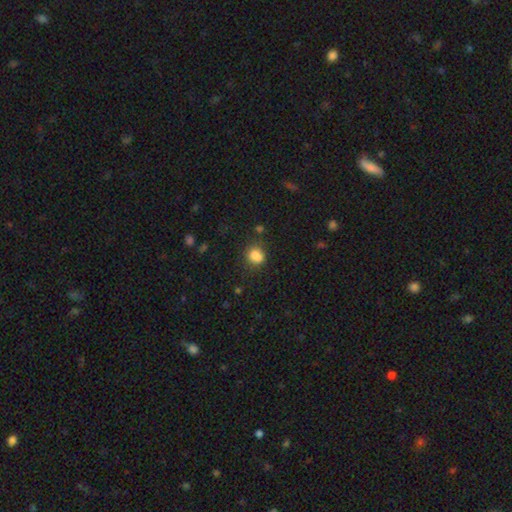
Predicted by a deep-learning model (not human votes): This is clearly a smooth galaxy (82%). How rounded: likely round (61%). Merging: likely none (61%).